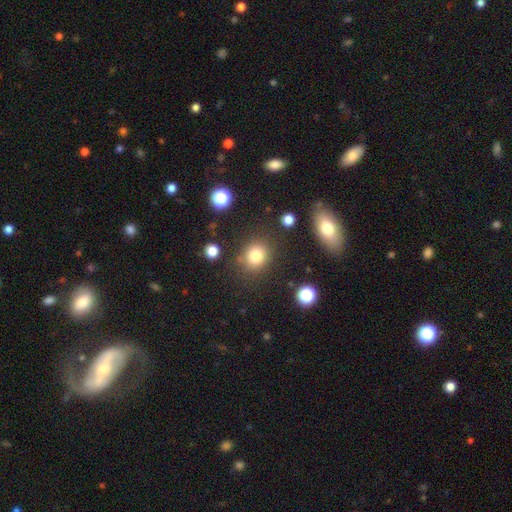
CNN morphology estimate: This is clearly a smooth galaxy (80%). How rounded: likely round (73%). Merging: likely none (80%).